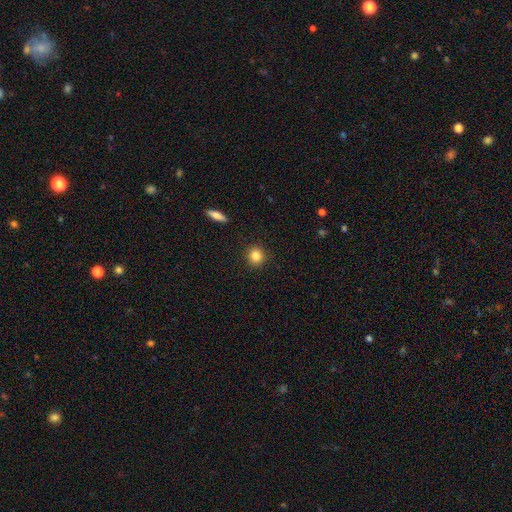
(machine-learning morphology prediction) smooth-or-featured: smooth: 84% | star or artifact: 10% | featured or disk: 6%
  how-rounded: round: 88% | in between: 11% | cigar-shaped: 1%
  merging: none: 91% | minor disturbance: 6% | major disturbance: 2% | merger: 1%